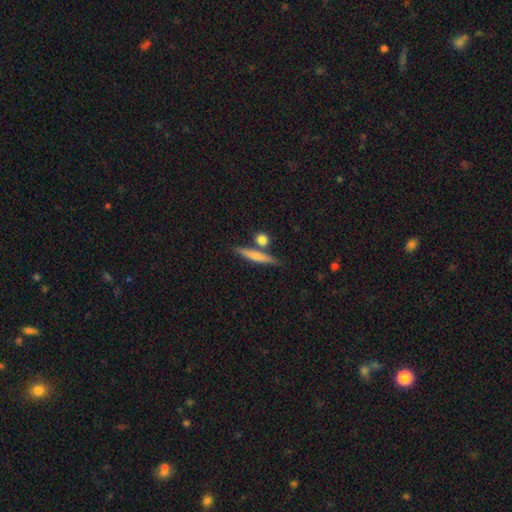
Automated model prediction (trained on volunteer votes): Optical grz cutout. It shows a smooth galaxy with no disk features (62%) that is cigar-shaped (83%). Merging: none (72%).